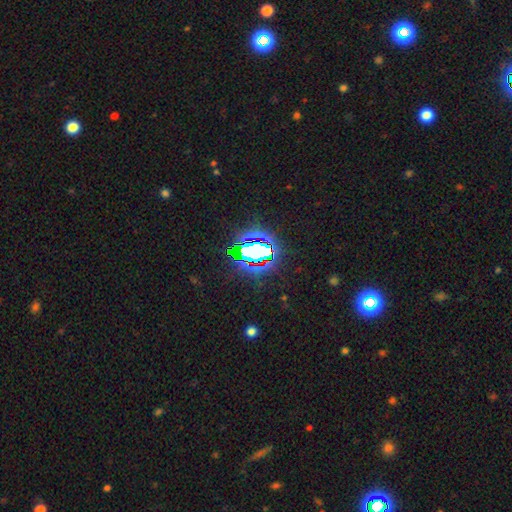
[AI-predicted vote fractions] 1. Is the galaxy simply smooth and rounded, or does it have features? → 68% star or artifact, 19% smooth, 13% featured or disk.